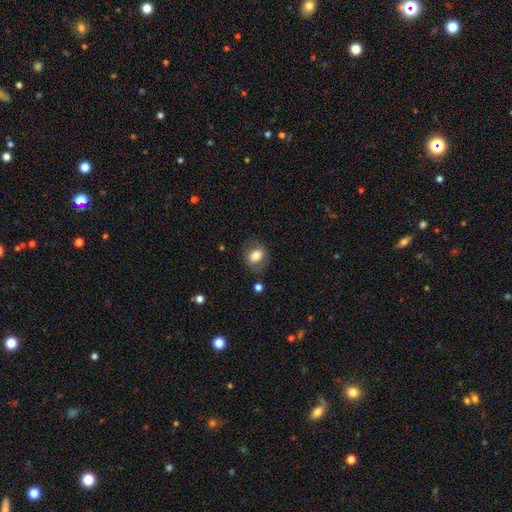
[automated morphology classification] The model was most divided on "how rounded": in between: 56%, round: 43%, cigar-shaped: 1%. More confident: smooth or featured — smooth (71%); merging — none (71%).